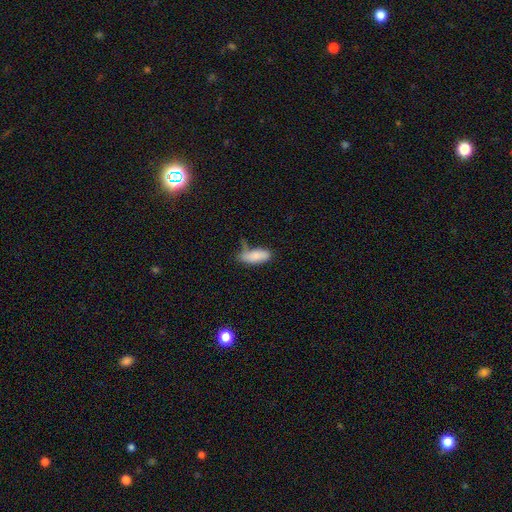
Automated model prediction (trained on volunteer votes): Smooth or featured?
  - smooth: 83% *
  - featured or disk: 10%
  - star or artifact: 7%
How rounded?
  - in between: 78% *
  - cigar-shaped: 20%
  - round: 2%
Merging?
  - none: 50% *
  - minor disturbance: 30%
  - merger: 10%
  - major disturbance: 10%